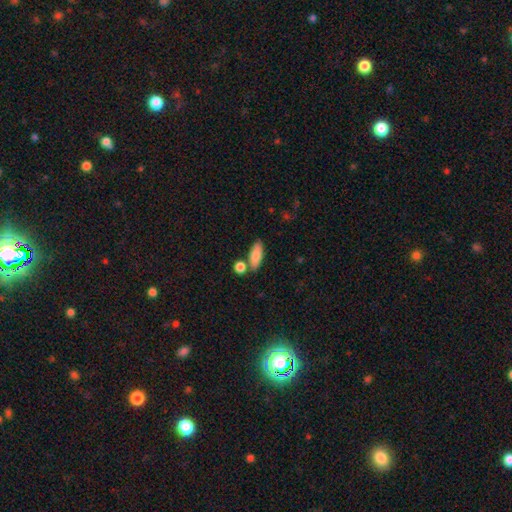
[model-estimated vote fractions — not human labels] Q: Smooth or featured?
A: smooth (81%); runner-up: featured or disk (12%)
Q: How rounded?
A: in between (74%); runner-up: cigar-shaped (22%)
Q: Merging?
A: none (70%); runner-up: merger (15%)